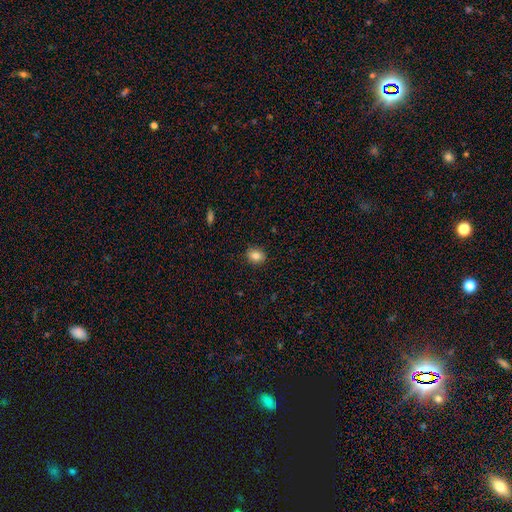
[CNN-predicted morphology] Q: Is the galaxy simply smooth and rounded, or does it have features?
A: smooth — 83%.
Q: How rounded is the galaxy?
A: in between — 50%.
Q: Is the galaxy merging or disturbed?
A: none — 89%.